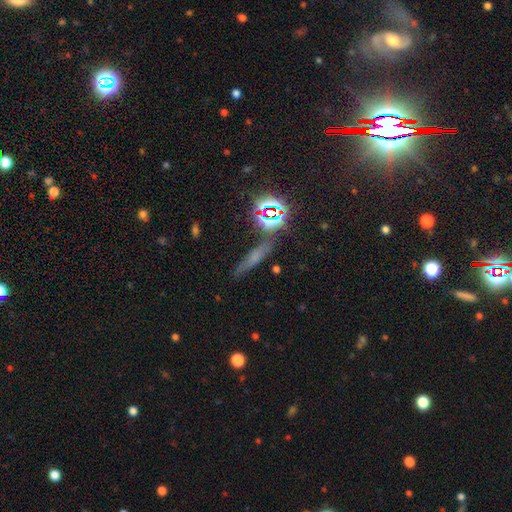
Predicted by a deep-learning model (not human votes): Smooth or featured: smooth — 40% (star or artifact — 32%)
Merging: none — 78% (minor disturbance — 13%)